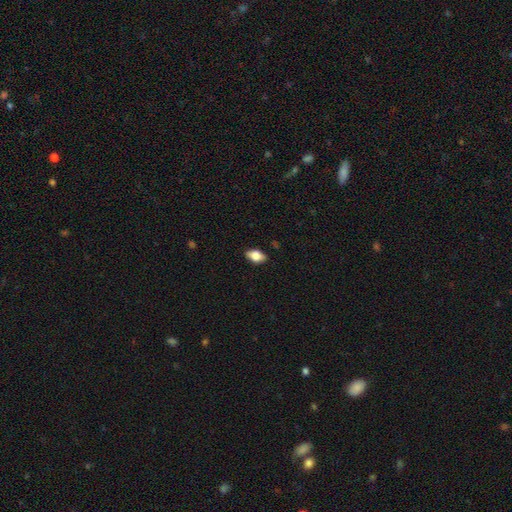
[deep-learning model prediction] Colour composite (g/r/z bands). It shows a smooth galaxy with no disk features (75%) that is in between round and cigar-shaped (89%). Merging: none (86%).